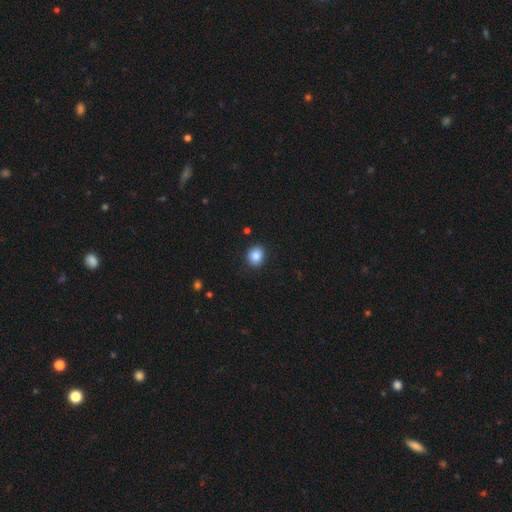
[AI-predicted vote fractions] Overall: smooth (86%). How rounded: round (67%; in between 32%). Merging: none (89%).